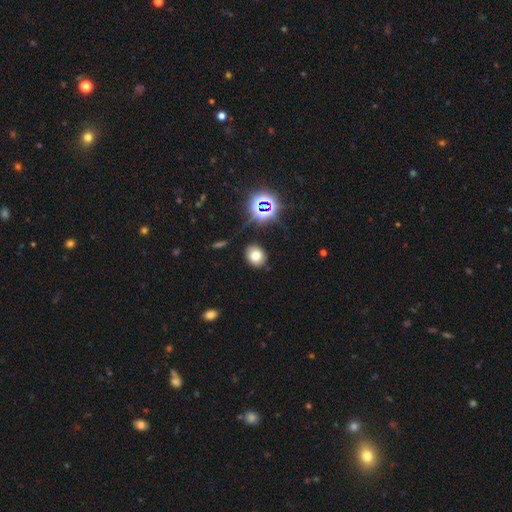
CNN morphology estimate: smooth-or-featured: smooth: 72% | star or artifact: 18% | featured or disk: 10%
  how-rounded: round: 50% | in between: 49% | cigar-shaped: 1%
  merging: none: 85% | minor disturbance: 9% | major disturbance: 3% | merger: 2%